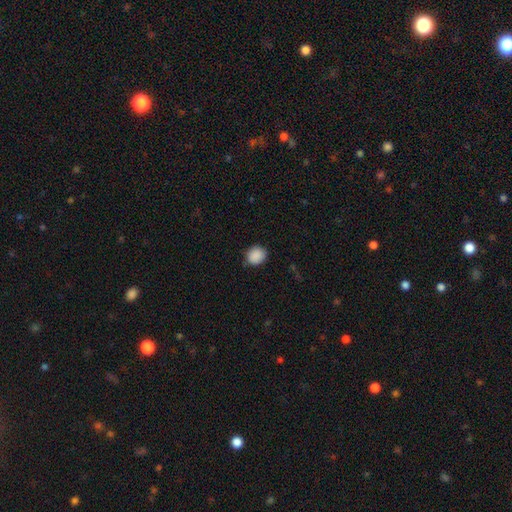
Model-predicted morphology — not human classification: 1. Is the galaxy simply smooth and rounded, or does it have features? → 89% smooth, 8% star or artifact, 3% featured or disk.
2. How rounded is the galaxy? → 72% round, 27% in between, 1% cigar-shaped.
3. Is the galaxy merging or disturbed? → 81% none, 15% minor disturbance, 3% major disturbance, 1% merger.